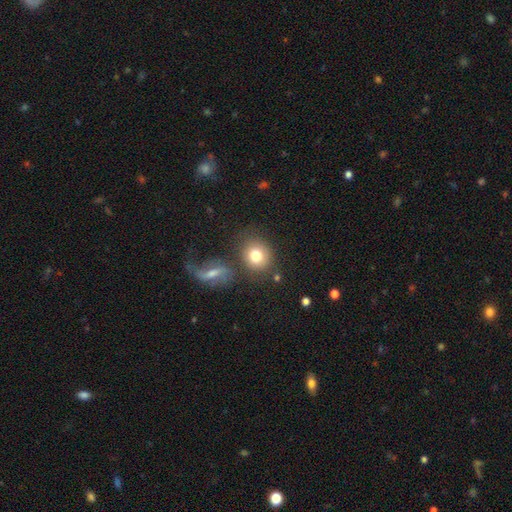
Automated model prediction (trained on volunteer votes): Q: Smooth or featured?
A: smooth (78%); runner-up: featured or disk (13%)
Q: How rounded?
A: round (76%); runner-up: in between (23%)
Q: Merging?
A: none (69%); runner-up: merger (14%)